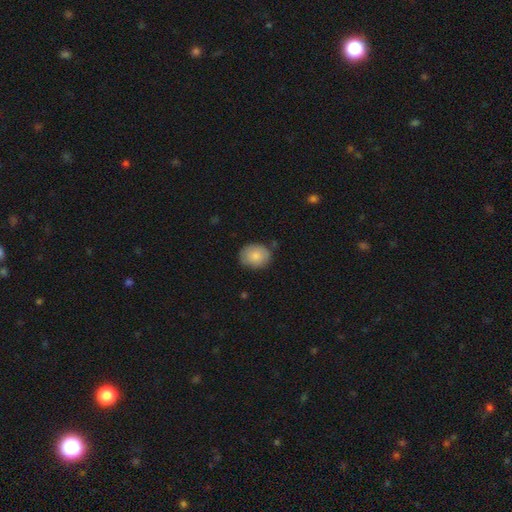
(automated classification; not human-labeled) smooth_or_featured: smooth (p=0.83) [alt: featured or disk p=0.11]
how_rounded: round (p=0.52) [alt: in between p=0.47]
merging: none (p=0.76) [alt: minor disturbance p=0.19]